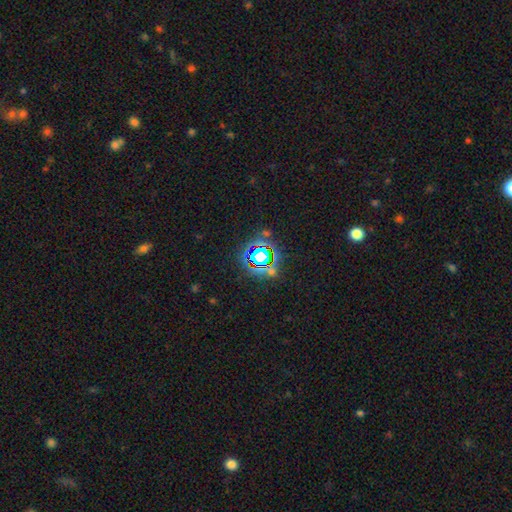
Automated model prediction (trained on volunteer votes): Smooth or featured? star or artifact (73%)